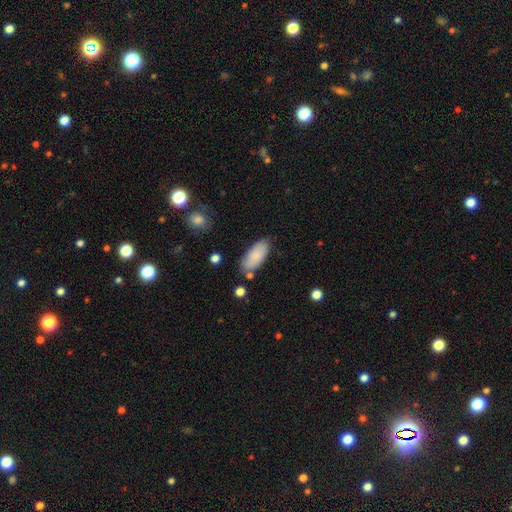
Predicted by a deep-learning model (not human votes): This appears to be a smooth galaxy with no disk features (86%) that is in between round and cigar-shaped (88%). Merging: none (75%).